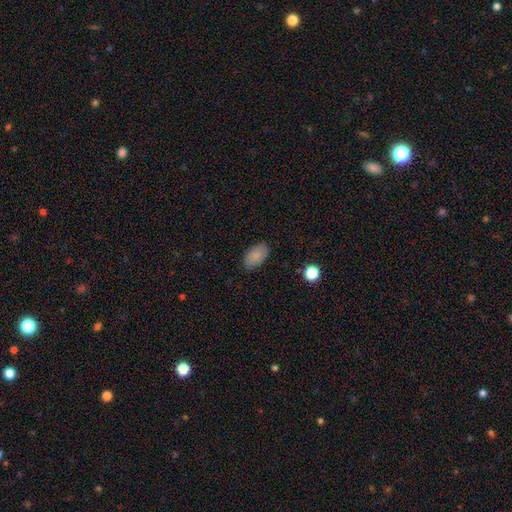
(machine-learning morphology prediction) Smooth or featured? smooth (84%)
How rounded? in between (93%)
Merging? none (86%)